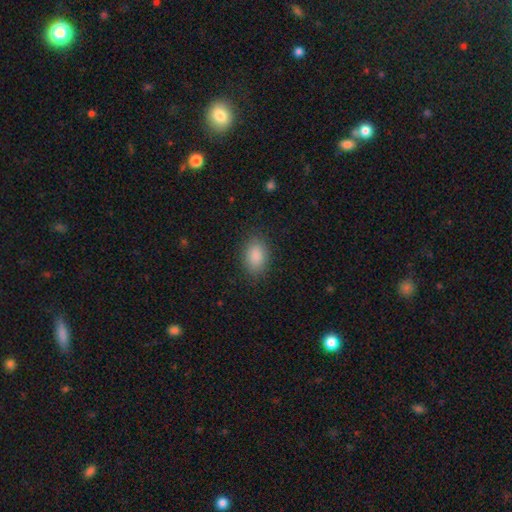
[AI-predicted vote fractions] Smooth or featured: smooth — 89% (star or artifact — 7%)
How rounded: in between — 86% (round — 13%)
Merging: none — 85% (minor disturbance — 10%)